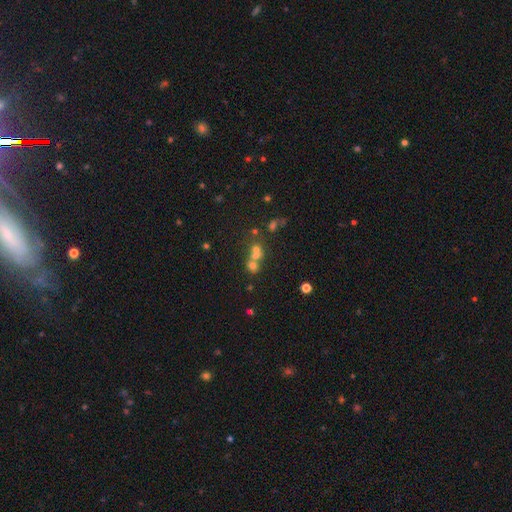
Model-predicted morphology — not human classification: smooth_or_featured: smooth (p=0.56) [alt: star or artifact p=0.25]
how_rounded: round (p=0.82) [alt: in between p=0.17]
merging: merger (p=0.52) [alt: none p=0.38]